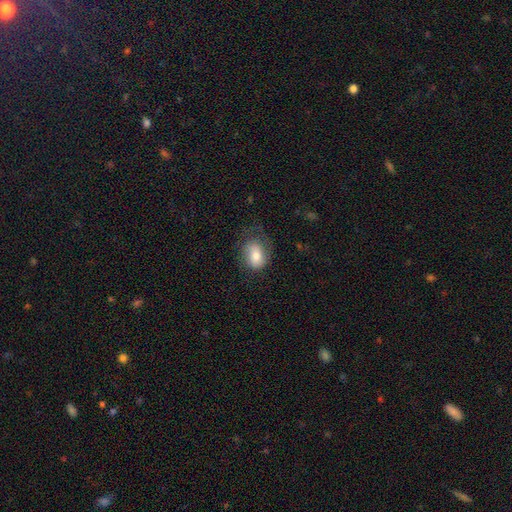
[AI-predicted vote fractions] Smooth or featured?
  - smooth: 72% *
  - featured or disk: 20%
  - star or artifact: 8%
How rounded?
  - in between: 68% *
  - round: 31%
  - cigar-shaped: 1%
Merging?
  - none: 54% *
  - minor disturbance: 26%
  - major disturbance: 19%
  - merger: 1%